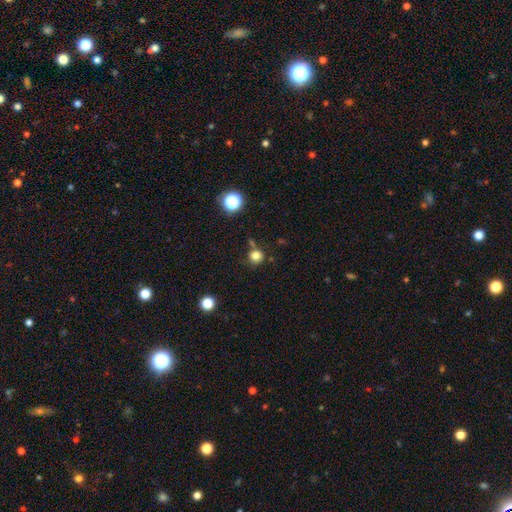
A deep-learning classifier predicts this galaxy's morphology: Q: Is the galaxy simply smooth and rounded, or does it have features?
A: smooth — 80%.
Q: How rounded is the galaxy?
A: round — 89%.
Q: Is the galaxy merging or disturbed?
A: none — 68%.